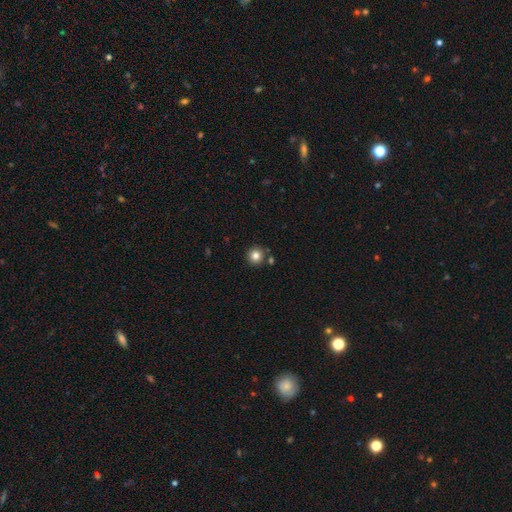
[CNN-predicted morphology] Q: Smooth or featured?
A: smooth (82%); runner-up: star or artifact (11%)
Q: How rounded?
A: round (94%); runner-up: in between (5%)
Q: Merging?
A: none (86%); runner-up: minor disturbance (7%)